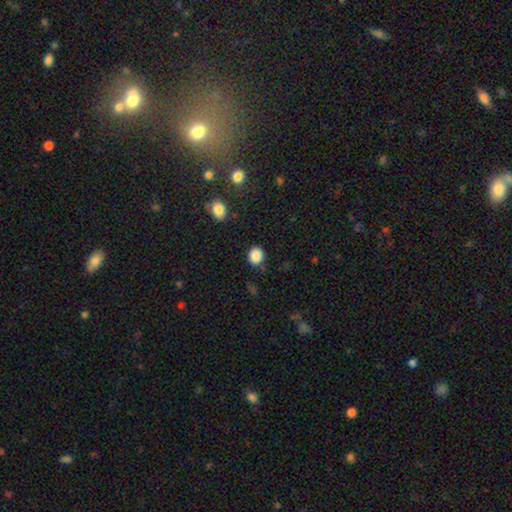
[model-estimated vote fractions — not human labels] A smooth galaxy with no disk features (87%) that is round (75%). Merging: none (83%).